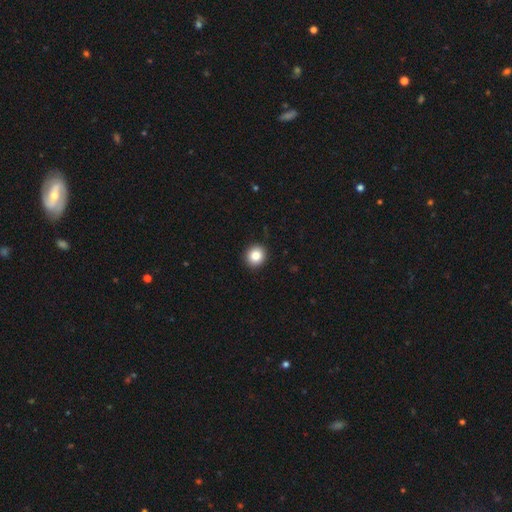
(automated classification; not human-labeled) smooth 84%, star or artifact 10%, featured or disk 6%. Down the decision tree: how rounded — round (89%); merging — none (92%).